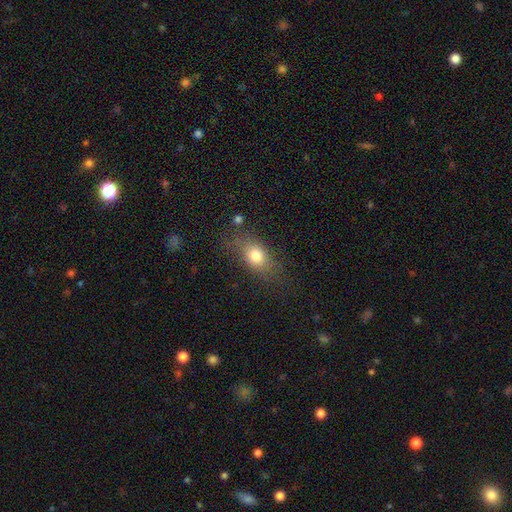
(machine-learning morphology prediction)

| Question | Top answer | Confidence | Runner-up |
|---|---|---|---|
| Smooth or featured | smooth | 77% | featured or disk (13%) |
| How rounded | in between | 70% | round (23%) |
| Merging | none | 71% | minor disturbance (18%) |